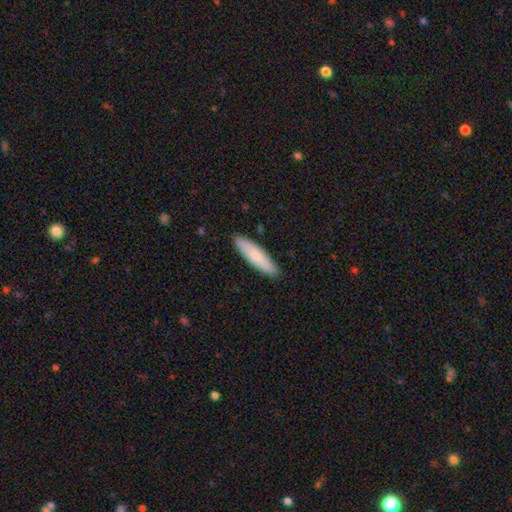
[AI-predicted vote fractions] Morphology: type=smooth (78%); roundness=cigar-shaped (69%); merging=none (90%).